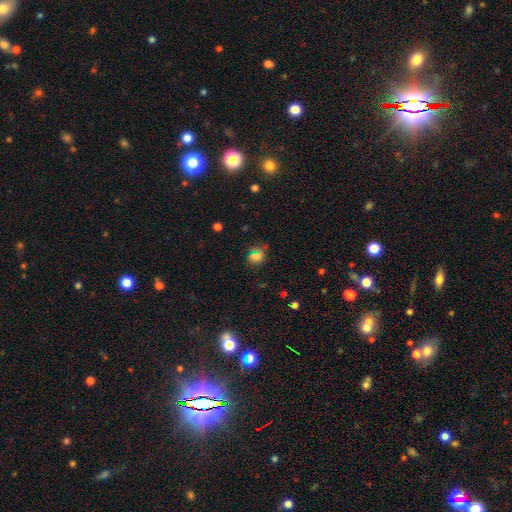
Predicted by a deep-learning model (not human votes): smooth 60%, star or artifact 31%, featured or disk 9%. Down the decision tree: how rounded — round (68%); merging — none (75%).